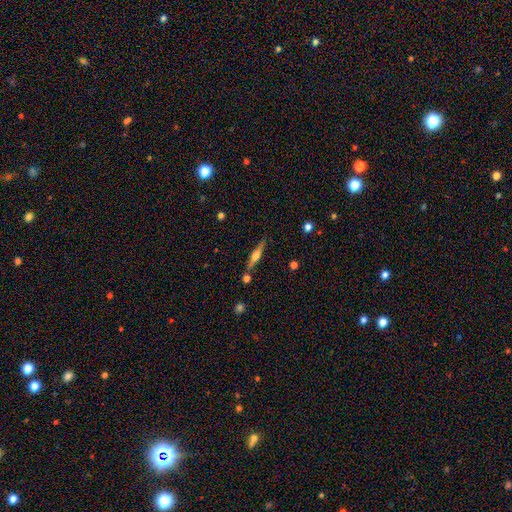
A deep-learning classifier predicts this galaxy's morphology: Overall: featured or disk (63%; smooth 30%). Edge-on disk: yes (97%). Edge-on bulge: rounded (86%). Merging: none (83%).